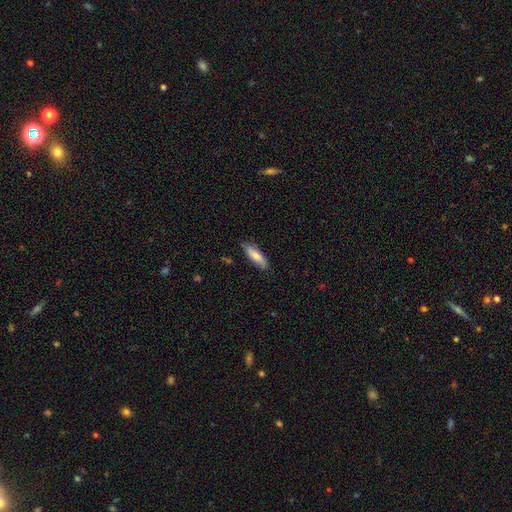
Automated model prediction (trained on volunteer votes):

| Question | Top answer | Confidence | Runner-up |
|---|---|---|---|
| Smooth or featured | smooth | 78% | featured or disk (16%) |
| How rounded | cigar-shaped | 51% | in between (47%) |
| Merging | none | 82% | minor disturbance (15%) |